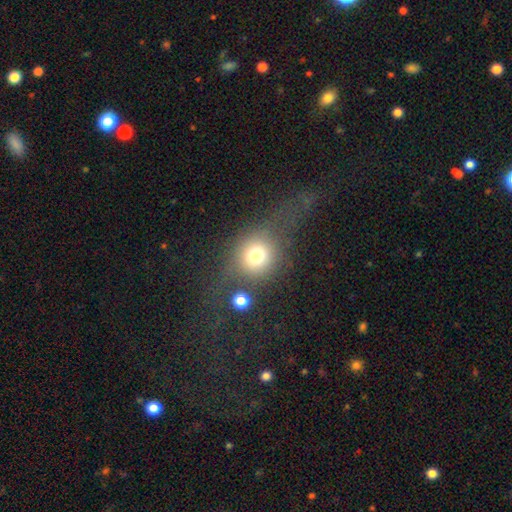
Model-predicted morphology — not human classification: Q: Smooth or featured?
A: smooth (70%); runner-up: featured or disk (15%)
Q: How rounded?
A: round (74%); runner-up: in between (23%)
Q: Merging?
A: none (53%); runner-up: major disturbance (20%)